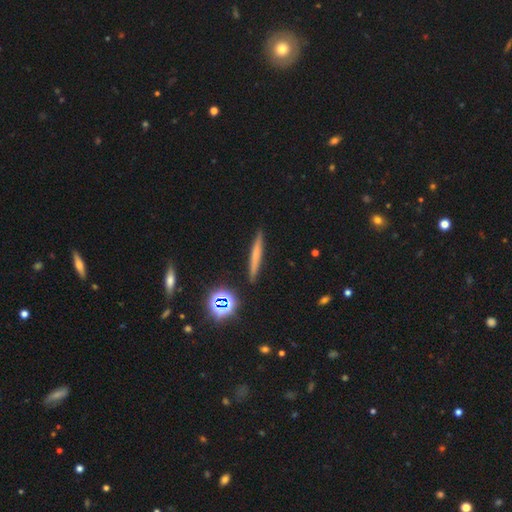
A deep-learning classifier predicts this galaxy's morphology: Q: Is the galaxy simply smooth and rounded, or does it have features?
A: smooth — 57%.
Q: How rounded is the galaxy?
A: cigar-shaped — 94%.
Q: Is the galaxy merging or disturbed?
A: none — 91%.